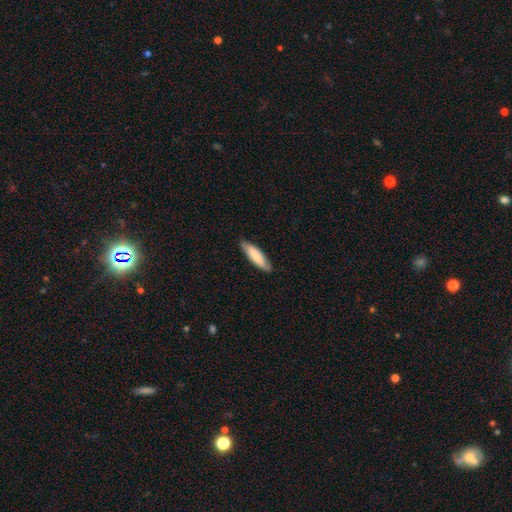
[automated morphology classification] This is likely a smooth galaxy (78%). How rounded: likely cigar-shaped (63%). Merging: clearly none (84%).